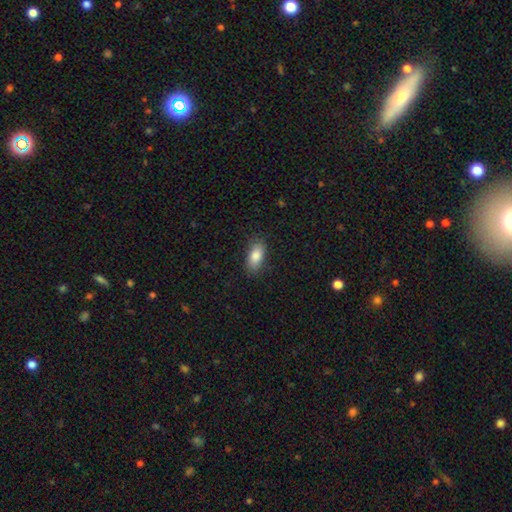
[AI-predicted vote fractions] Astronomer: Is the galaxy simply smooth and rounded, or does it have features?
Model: smooth — 85%.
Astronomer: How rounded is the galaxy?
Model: in between — 88%.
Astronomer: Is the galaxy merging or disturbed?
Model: none — 84%.